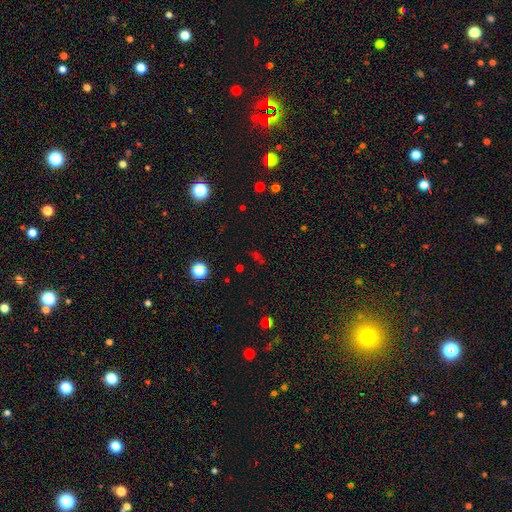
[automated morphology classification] type=star or artifact (55%).